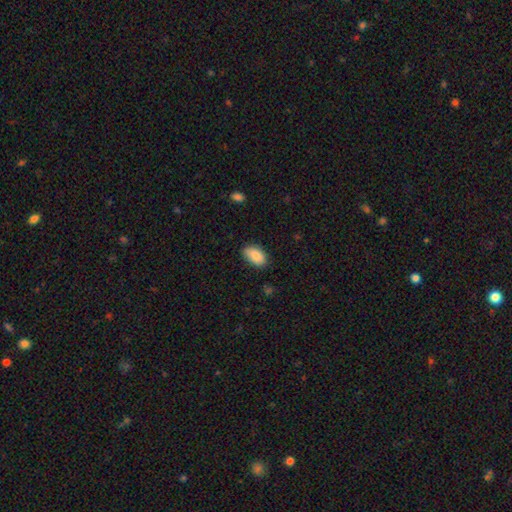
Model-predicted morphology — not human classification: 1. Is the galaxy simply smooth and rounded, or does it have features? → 86% smooth, 7% featured or disk, 7% star or artifact.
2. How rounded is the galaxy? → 93% in between, 5% round, 2% cigar-shaped.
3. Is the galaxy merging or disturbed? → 79% none, 17% minor disturbance, 3% major disturbance, 1% merger.